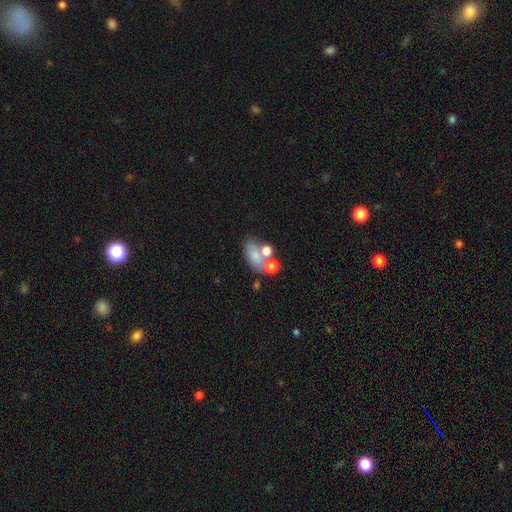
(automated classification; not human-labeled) This appears to be a smooth galaxy with no disk features (67%) that is in between round and cigar-shaped (80%). Merging: merger (39%).